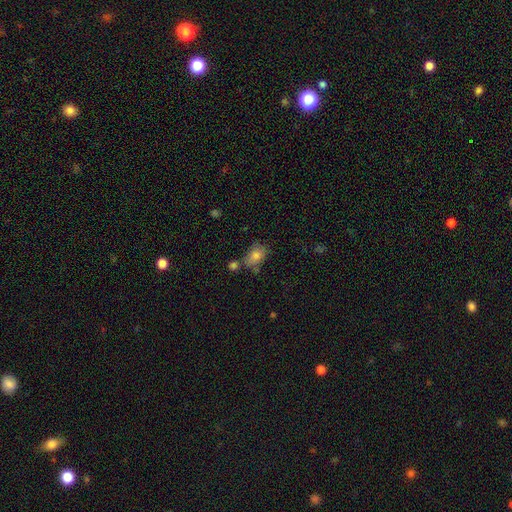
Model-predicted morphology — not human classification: Overall: smooth (79%). How rounded: in between (81%). Merging: none (59%; minor disturbance 20%).